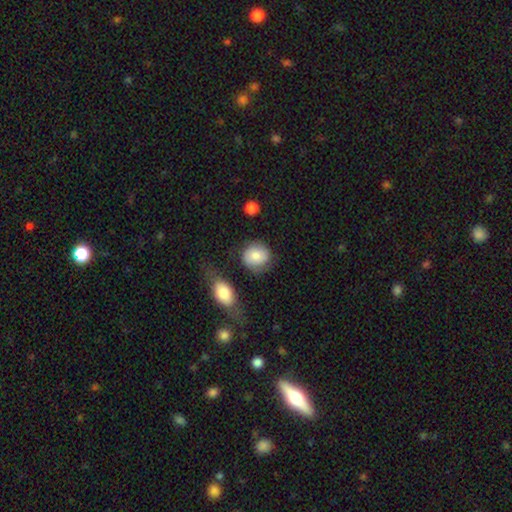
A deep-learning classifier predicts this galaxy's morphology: Smooth or featured: smooth — 76% (featured or disk — 17%)
How rounded: round — 80% (in between — 19%)
Merging: none — 66% (minor disturbance — 19%)